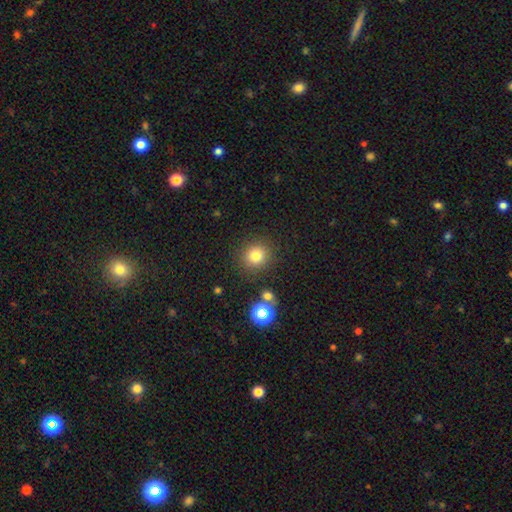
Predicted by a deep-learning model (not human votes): A smooth galaxy with no disk features (79%) that is round (89%).

Vote fractions:
- Smooth or featured? smooth: 79% / star or artifact: 14% / featured or disk: 7%
- How rounded? round: 89% / in between: 10% / cigar-shaped: 1%
- Merging? none: 86% / minor disturbance: 8% / merger: 4% / major disturbance: 3%